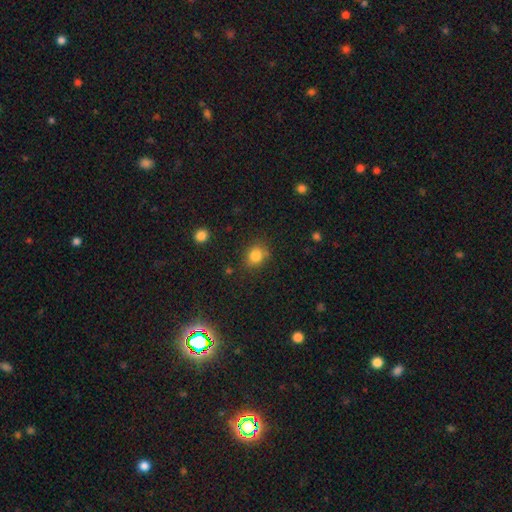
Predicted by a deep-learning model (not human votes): Smooth or featured? Predicted: smooth (p=0.82). How rounded? Predicted: round (p=0.64). Merging? Predicted: none (p=0.75).